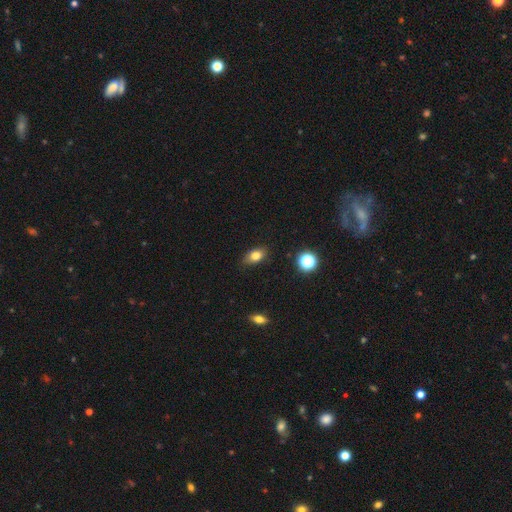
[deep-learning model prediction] This appears to be a smooth galaxy with no disk features (78%) that is in between round and cigar-shaped (81%). Merging: none (81%).